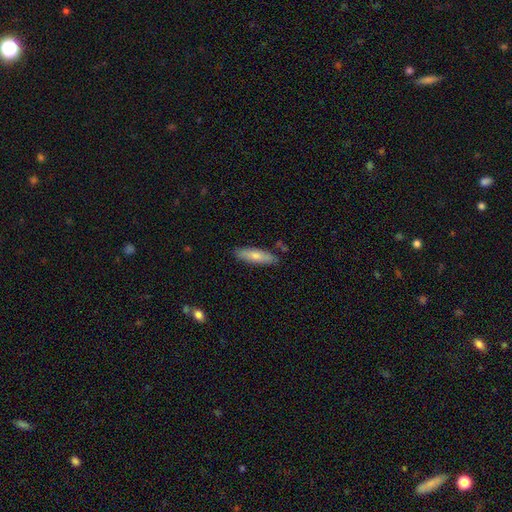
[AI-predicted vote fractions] Q: Smooth or featured?
A: smooth (71%); runner-up: featured or disk (23%)
Q: How rounded?
A: cigar-shaped (62%); runner-up: in between (36%)
Q: Merging?
A: none (82%); runner-up: minor disturbance (13%)